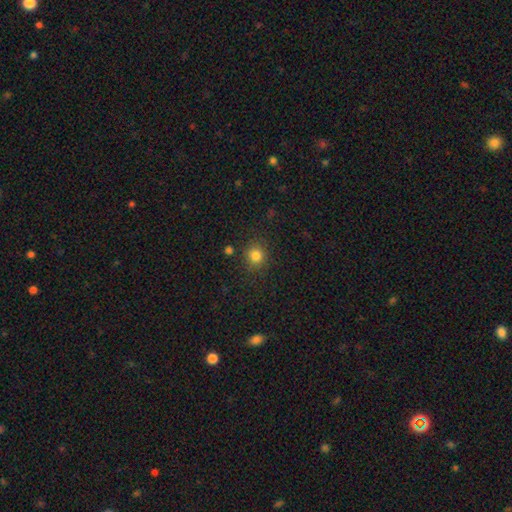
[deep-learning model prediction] Overall: smooth (82%). How rounded: round (86%). Merging: none (85%).